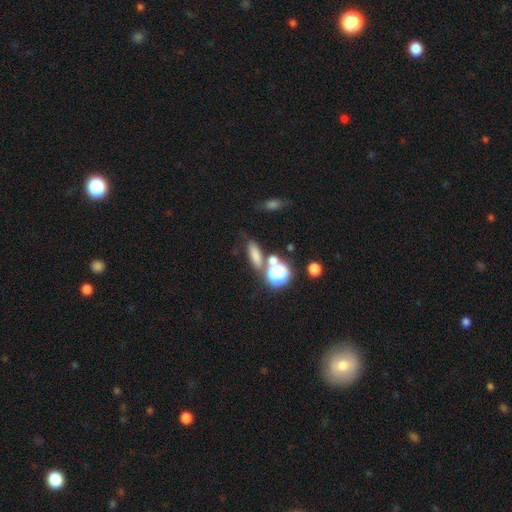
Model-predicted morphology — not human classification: smooth_or_featured: smooth (p=0.69) [alt: star or artifact p=0.20]
how_rounded: in between (p=0.43) [alt: cigar-shaped p=0.30]
merging: none (p=0.64) [alt: merger p=0.20]